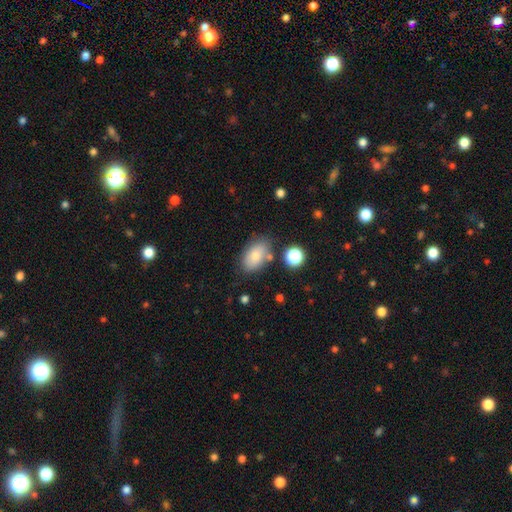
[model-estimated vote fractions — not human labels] smooth_or_featured: smooth (p=0.78) [alt: featured or disk p=0.13]
how_rounded: in between (p=0.89) [alt: round p=0.09]
merging: none (p=0.73) [alt: minor disturbance p=0.15]